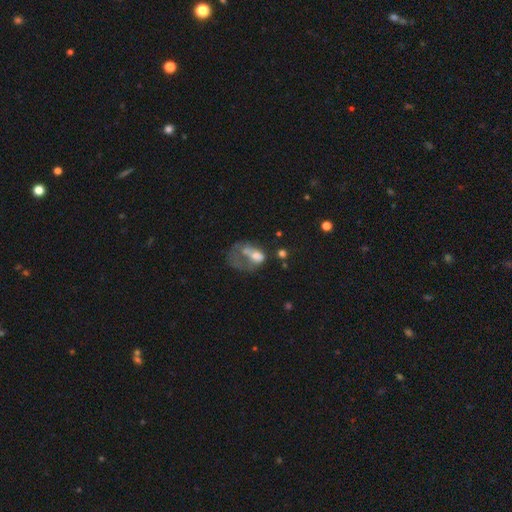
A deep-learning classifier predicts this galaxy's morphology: A smooth galaxy with no disk features (46%). Merging: major disturbance (52%).